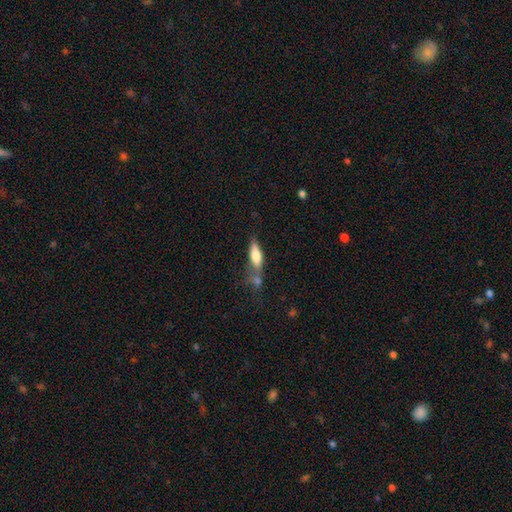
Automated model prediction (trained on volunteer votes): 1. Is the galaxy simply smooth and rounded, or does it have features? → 71% smooth, 22% featured or disk, 7% star or artifact.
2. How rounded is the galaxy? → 54% in between, 43% cigar-shaped, 3% round.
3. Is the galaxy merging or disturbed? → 42% none, 29% merger, 20% minor disturbance, 9% major disturbance.